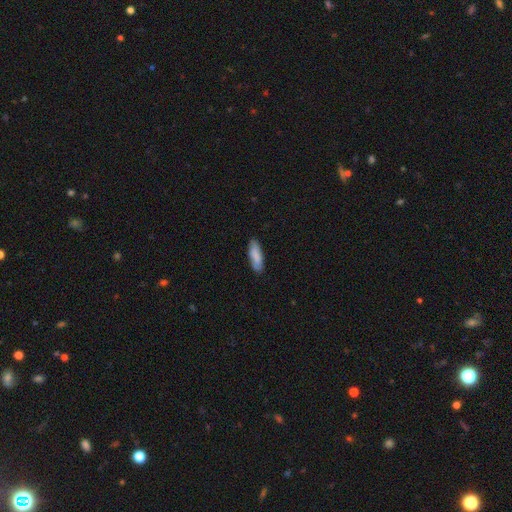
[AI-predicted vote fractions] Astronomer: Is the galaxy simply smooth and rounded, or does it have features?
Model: smooth — 85%.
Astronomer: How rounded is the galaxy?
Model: in between — 52% (runner-up: cigar-shaped, 47%).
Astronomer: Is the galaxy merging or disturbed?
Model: none — 86%.